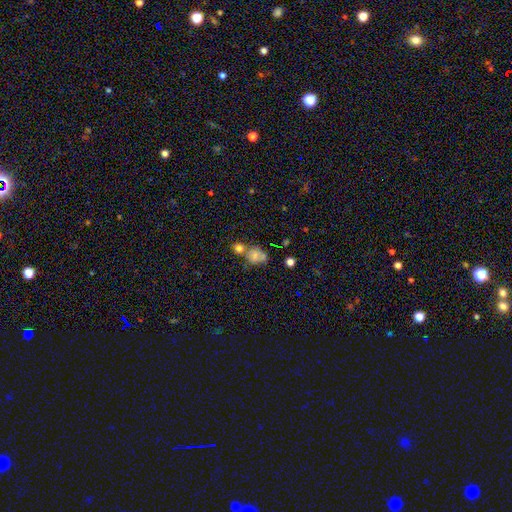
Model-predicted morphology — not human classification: smooth_or_featured: smooth (p=0.69) [alt: featured or disk p=0.18]
how_rounded: round (p=0.50) [alt: in between p=0.49]
merging: none (p=0.37) [alt: merger p=0.34]